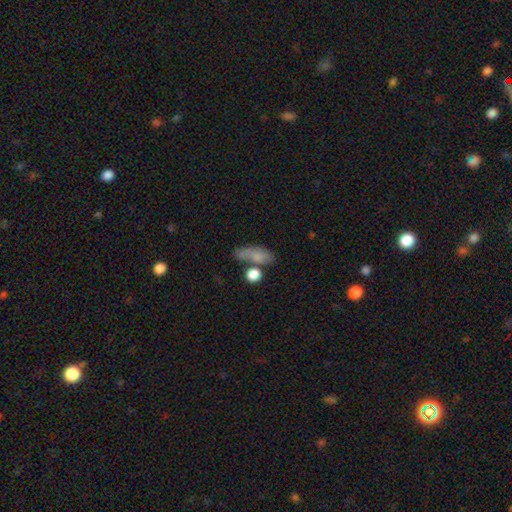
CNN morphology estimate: Smooth or featured?
  - smooth: 75% *
  - featured or disk: 14%
  - star or artifact: 11%
How rounded?
  - in between: 68% *
  - cigar-shaped: 18%
  - round: 14%
Merging?
  - none: 47% *
  - merger: 22%
  - minor disturbance: 19%
  - major disturbance: 11%